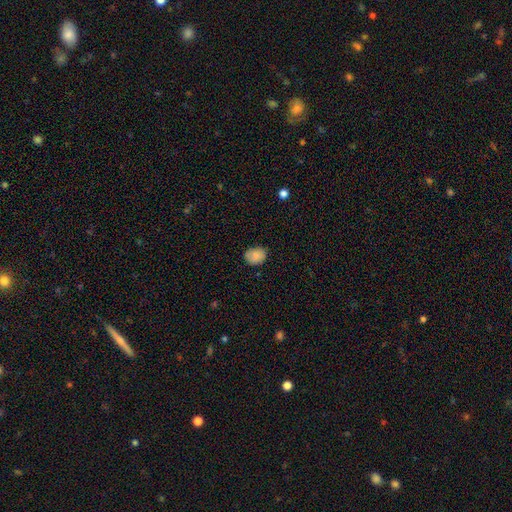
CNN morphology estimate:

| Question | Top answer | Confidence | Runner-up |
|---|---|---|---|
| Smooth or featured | smooth | 83% | featured or disk (9%) |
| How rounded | in between | 54% | round (46%) |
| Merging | none | 78% | minor disturbance (17%) |